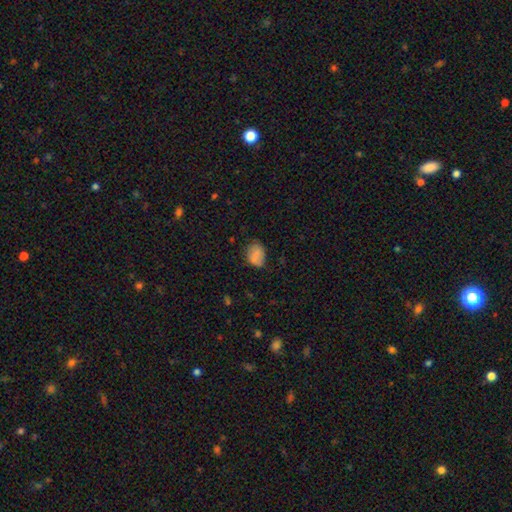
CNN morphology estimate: Smooth or featured: smooth — 79% (featured or disk — 12%)
How rounded: in between — 67% (round — 32%)
Merging: none — 65% (minor disturbance — 26%)